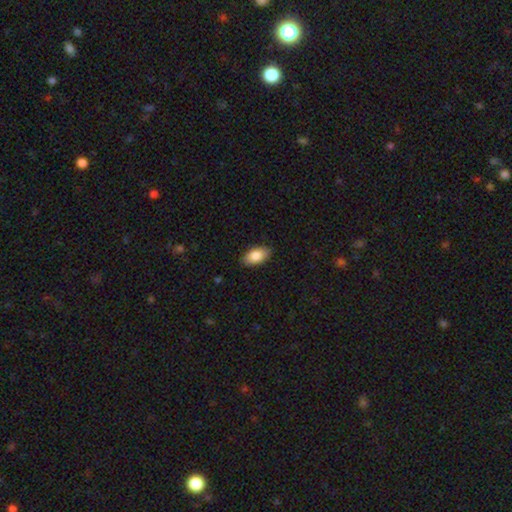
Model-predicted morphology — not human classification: Smooth or featured? Predicted: smooth (p=0.85). How rounded? Predicted: in between (p=0.93). Merging? Predicted: none (p=0.87).